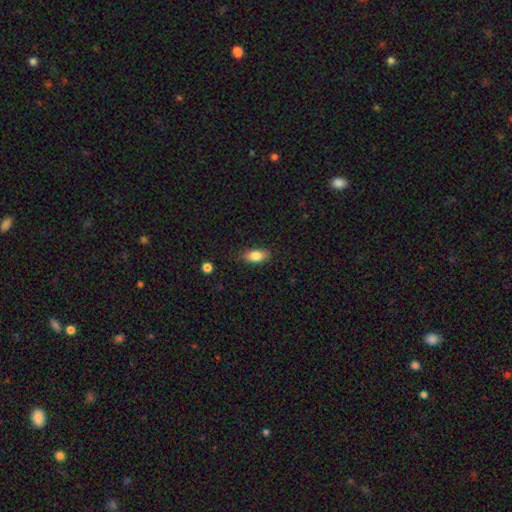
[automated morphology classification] This is clearly a smooth galaxy (84%). How rounded: clearly in between (88%). Merging: clearly none (81%).